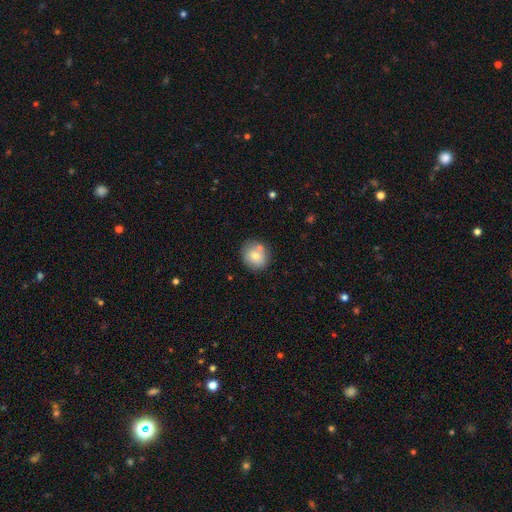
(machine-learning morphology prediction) Smooth or featured? smooth (75%)
How rounded? round (82%)
Merging? none (71%)